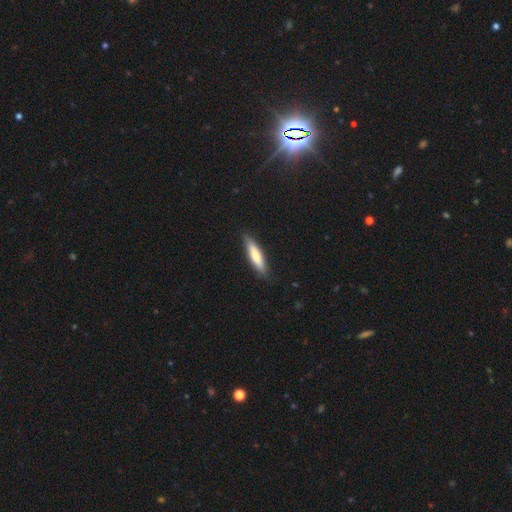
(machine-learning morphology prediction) Smooth or featured? Predicted: smooth (p=0.69). How rounded? Predicted: cigar-shaped (p=0.78). Merging? Predicted: none (p=0.87).